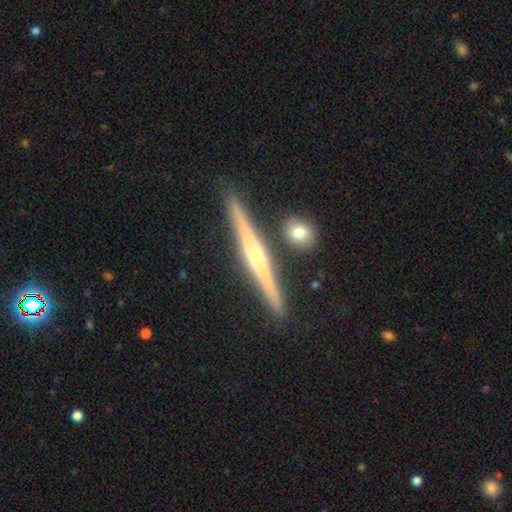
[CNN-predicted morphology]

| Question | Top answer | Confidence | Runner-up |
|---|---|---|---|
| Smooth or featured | featured or disk | 76% | smooth (18%) |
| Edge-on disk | yes | 98% | no (2%) |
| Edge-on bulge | rounded | 57% | none (23%) |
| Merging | none | 86% | minor disturbance (8%) |